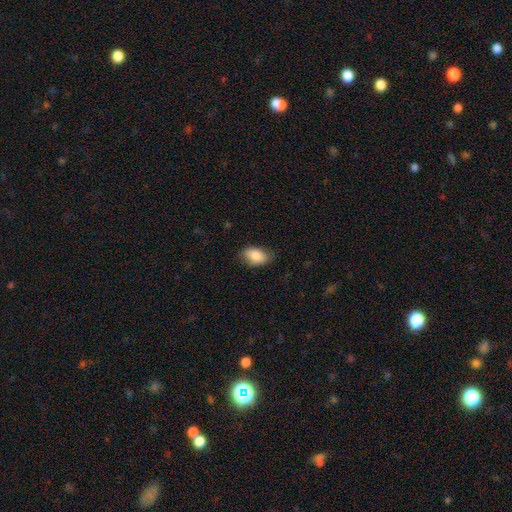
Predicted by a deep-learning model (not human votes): smooth_or_featured: smooth (p=0.87) [alt: star or artifact p=0.07]
how_rounded: in between (p=0.89) [alt: round p=0.09]
merging: none (p=0.77) [alt: minor disturbance p=0.18]